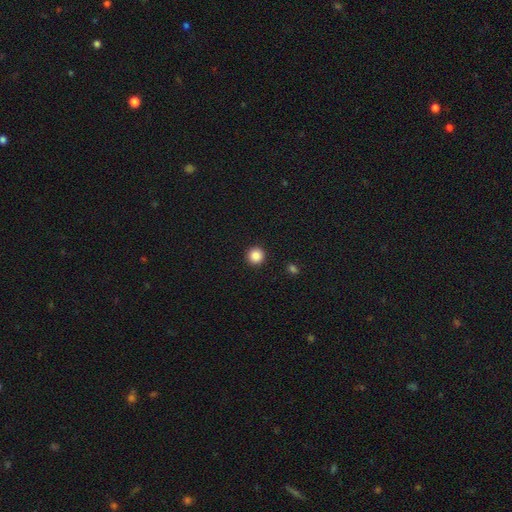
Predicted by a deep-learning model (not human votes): Smooth or featured: smooth — 87% (star or artifact — 10%)
How rounded: round — 95% (in between — 4%)
Merging: none — 93% (minor disturbance — 4%)